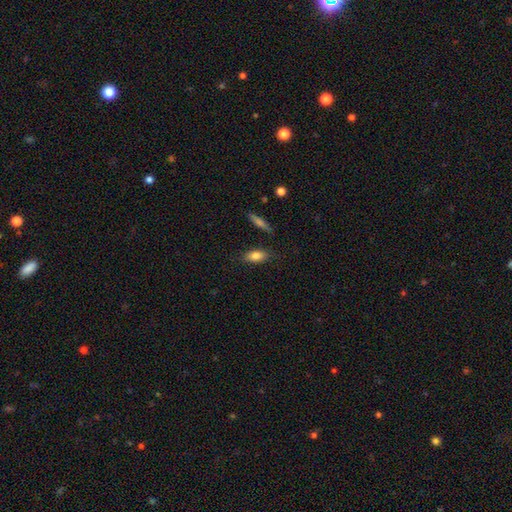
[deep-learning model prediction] Smooth or featured? smooth (81%)
How rounded? in between (83%)
Merging? none (81%)